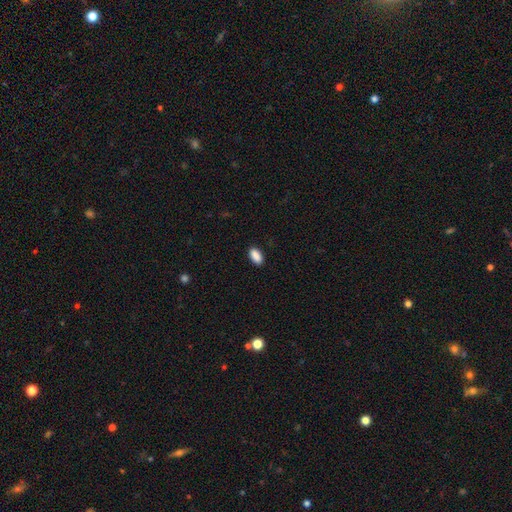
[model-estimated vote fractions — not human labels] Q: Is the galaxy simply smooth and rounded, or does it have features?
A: smooth — 89%.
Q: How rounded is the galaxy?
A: in between — 91%.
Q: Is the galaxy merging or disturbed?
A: none — 89%.